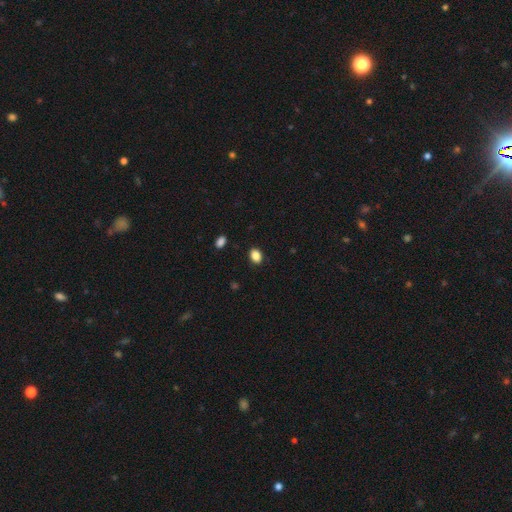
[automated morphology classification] smooth_or_featured: smooth (p=0.87) [alt: star or artifact p=0.09]
how_rounded: in between (p=0.72) [alt: round p=0.27]
merging: none (p=0.89) [alt: minor disturbance p=0.08]